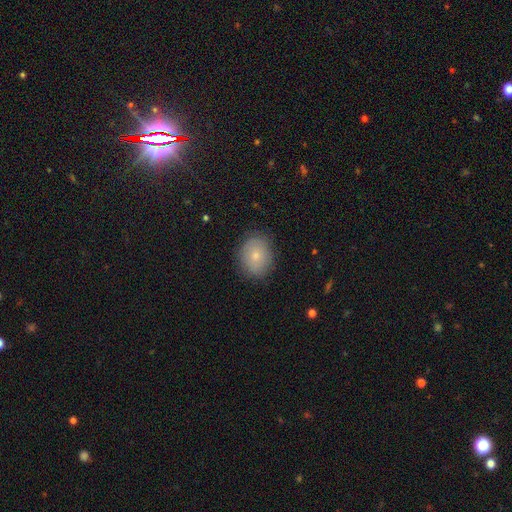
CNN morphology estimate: smooth_or_featured: smooth (p=0.77) [alt: featured or disk p=0.14]
how_rounded: round (p=0.54) [alt: in between p=0.45]
merging: none (p=0.84) [alt: minor disturbance p=0.12]